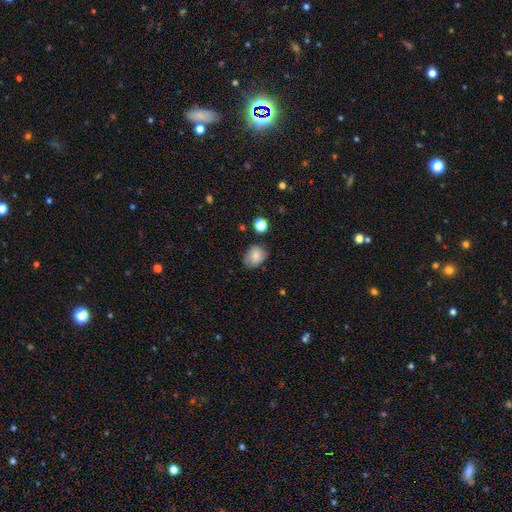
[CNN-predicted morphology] This appears to be a smooth galaxy with no disk features (79%) that is in between round and cigar-shaped (53%). Merging: none (68%).